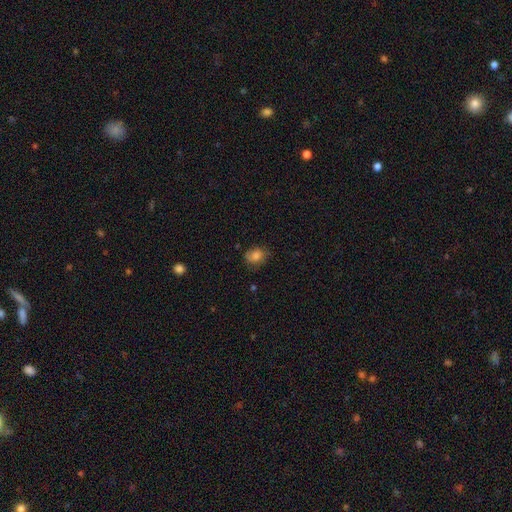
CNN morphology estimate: The model was most divided on "how rounded": round: 50%, in between: 49%, cigar-shaped: 1%. More confident: smooth or featured — smooth (75%); merging — none (69%).